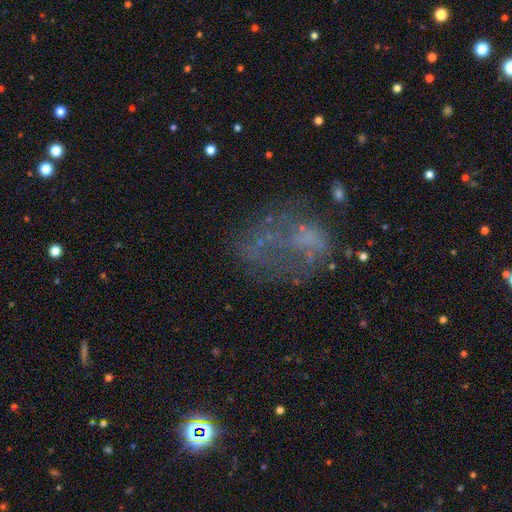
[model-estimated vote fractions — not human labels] Smooth or featured? Predicted: featured or disk (p=0.40). Merging? Predicted: none (p=0.39).